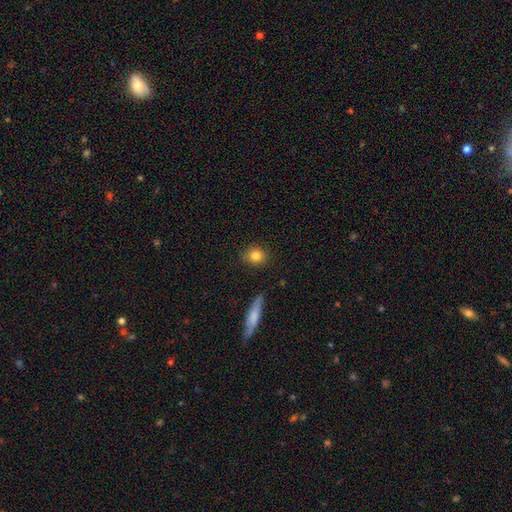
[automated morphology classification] Smooth or featured: smooth — 83% (star or artifact — 9%)
How rounded: round — 80% (in between — 18%)
Merging: none — 87% (minor disturbance — 9%)